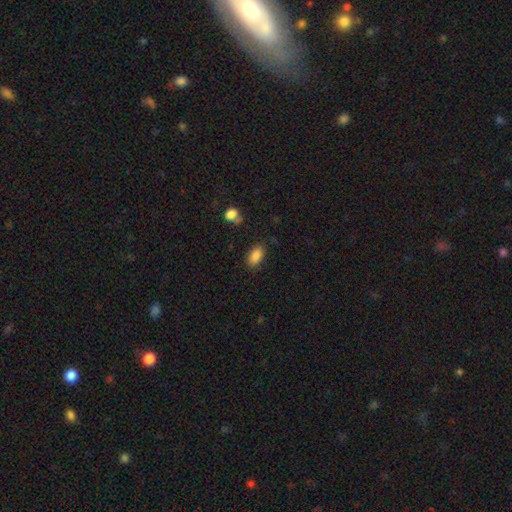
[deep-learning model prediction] Smooth or featured: smooth — 87% (star or artifact — 8%)
How rounded: in between — 92% (round — 6%)
Merging: none — 82% (minor disturbance — 12%)